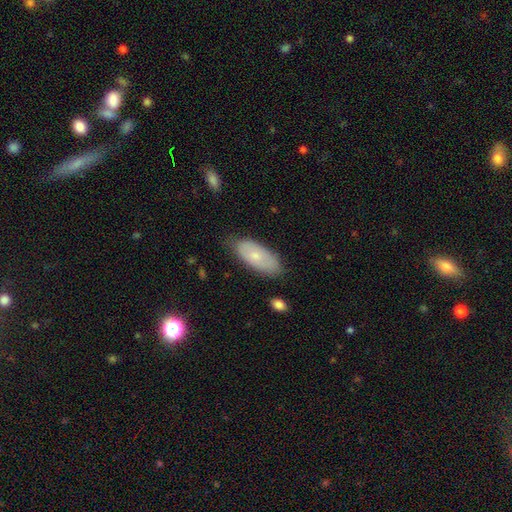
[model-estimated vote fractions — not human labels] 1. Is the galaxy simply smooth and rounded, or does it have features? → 69% smooth, 24% featured or disk, 7% star or artifact.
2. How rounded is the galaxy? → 87% in between, 11% cigar-shaped, 2% round.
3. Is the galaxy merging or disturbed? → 76% none, 19% minor disturbance, 4% major disturbance, 1% merger.